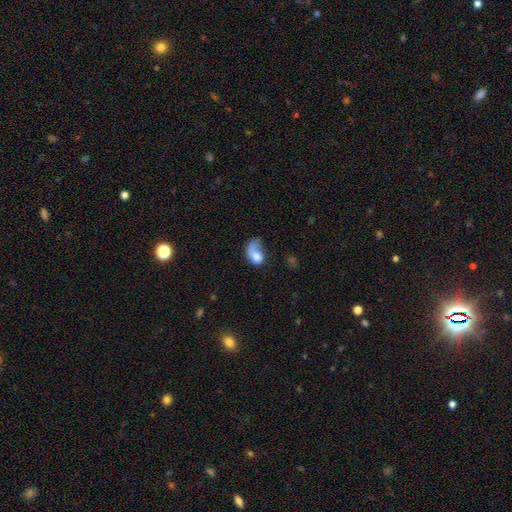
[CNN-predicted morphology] smooth 64%, featured or disk 27%, star or artifact 9%. Down the decision tree: how rounded — in between (77%); merging — major disturbance (46%).